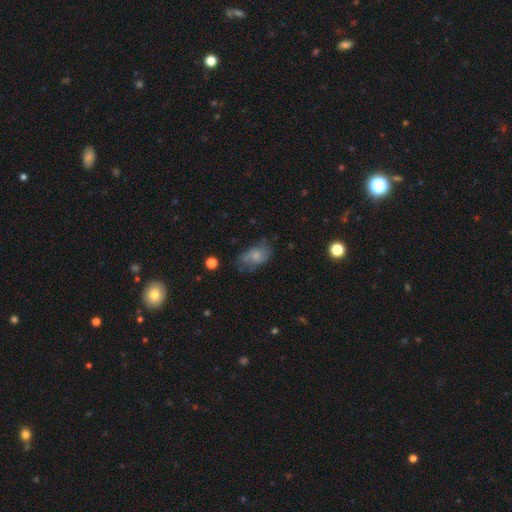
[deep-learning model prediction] smooth-or-featured: smooth: 58% | featured or disk: 32% | star or artifact: 10%
  how-rounded: in between: 83% | round: 15% | cigar-shaped: 2%
  merging: none: 45% | minor disturbance: 30% | major disturbance: 21% | merger: 4%